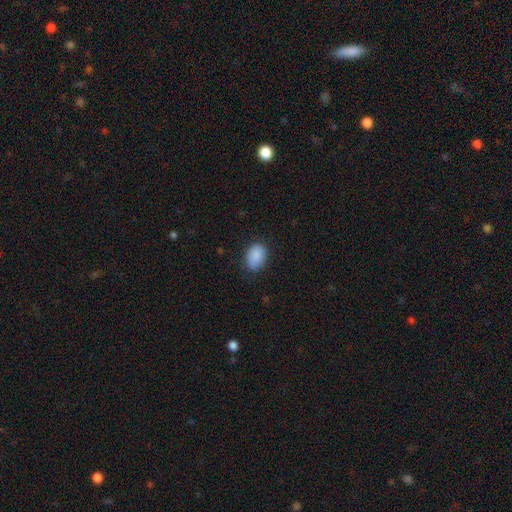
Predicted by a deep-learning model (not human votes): A smooth galaxy with no disk features (89%) that is in between round and cigar-shaped (79%). Merging: none (78%).